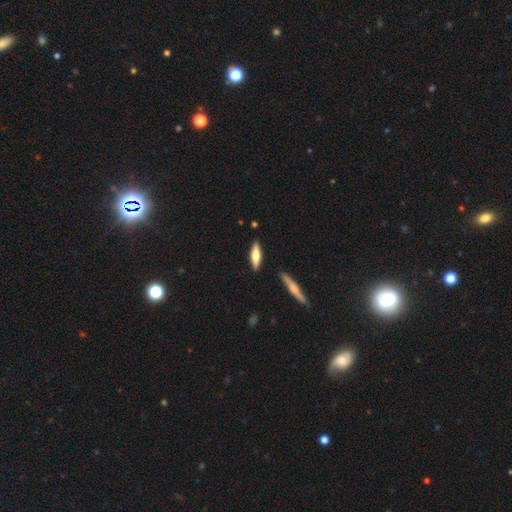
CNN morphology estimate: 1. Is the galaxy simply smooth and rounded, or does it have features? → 55% smooth, 40% featured or disk, 6% star or artifact.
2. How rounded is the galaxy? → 61% cigar-shaped, 37% in between, 2% round.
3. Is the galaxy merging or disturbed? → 86% none, 9% minor disturbance, 3% merger, 2% major disturbance.